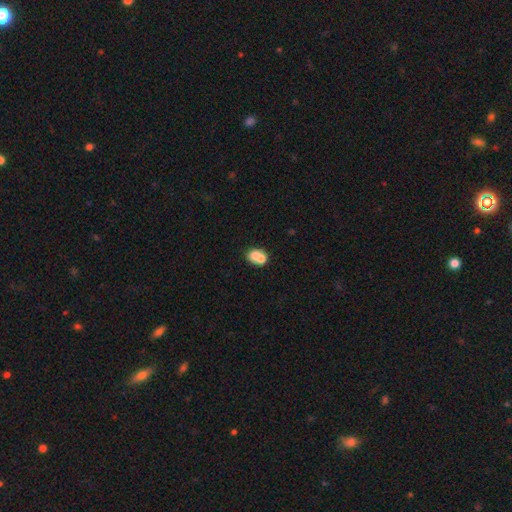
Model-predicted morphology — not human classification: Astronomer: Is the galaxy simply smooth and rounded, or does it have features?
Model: smooth — 70%.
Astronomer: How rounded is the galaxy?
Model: round — 54% (runner-up: in between, 45%).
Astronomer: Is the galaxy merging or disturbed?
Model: merger — 62%.